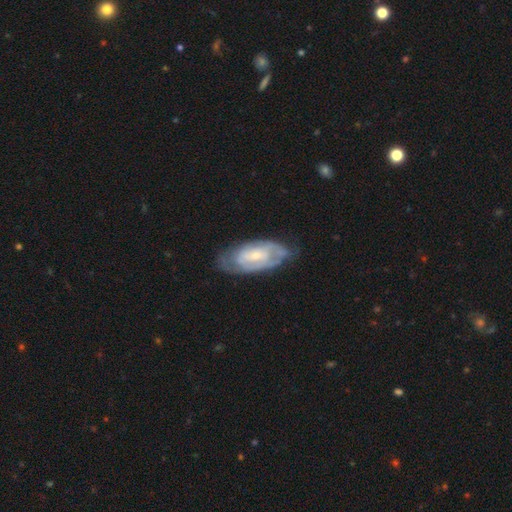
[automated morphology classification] This is likely a featured or disk galaxy (69%). It is clearly not viewed edge-on (92%). Bar: possibly no (53%). Spiral arm pattern: likely yes (73%). Central bulge: possibly small (60%). Merging: likely none (61%).